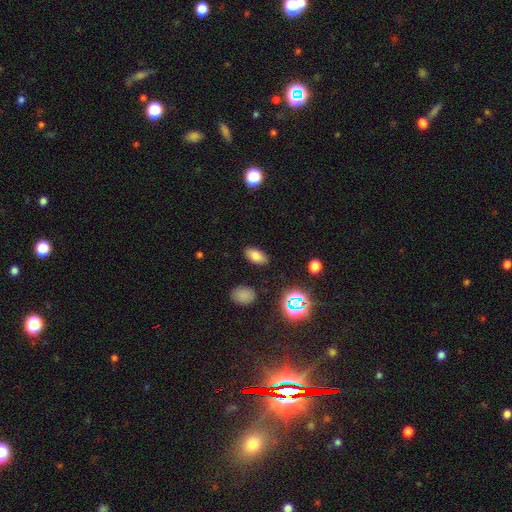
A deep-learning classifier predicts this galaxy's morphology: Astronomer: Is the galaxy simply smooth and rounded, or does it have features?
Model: smooth — 78%.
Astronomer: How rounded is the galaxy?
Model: in between — 91%.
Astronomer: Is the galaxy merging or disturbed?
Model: none — 86%.